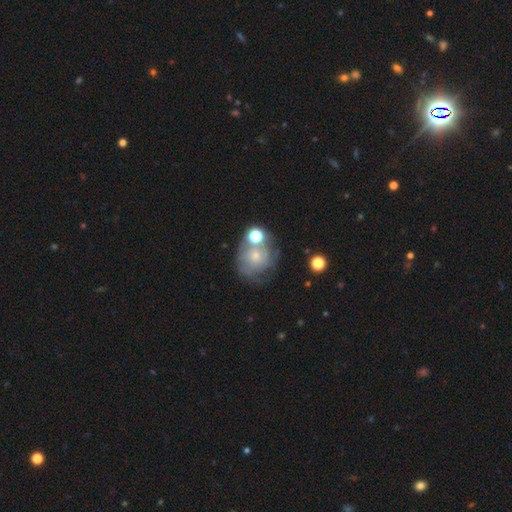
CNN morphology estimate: smooth_or_featured: featured or disk (p=0.45) [alt: smooth p=0.44]
merging: none (p=0.44) [alt: minor disturbance p=0.22]